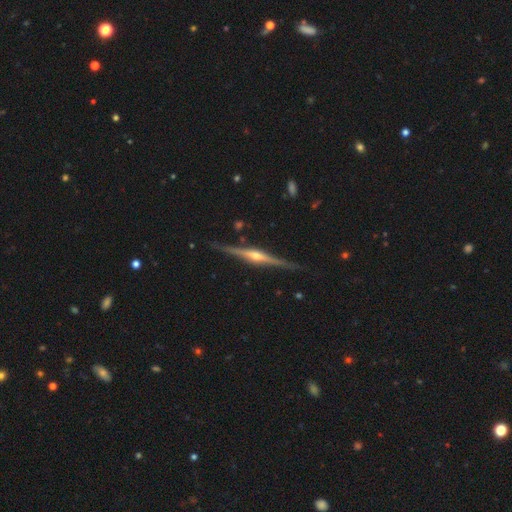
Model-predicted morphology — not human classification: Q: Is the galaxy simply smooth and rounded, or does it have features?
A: featured or disk — 88%.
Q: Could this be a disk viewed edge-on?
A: yes — 98%.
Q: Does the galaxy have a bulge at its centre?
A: rounded — 87%.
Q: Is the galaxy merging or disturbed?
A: none — 88%.